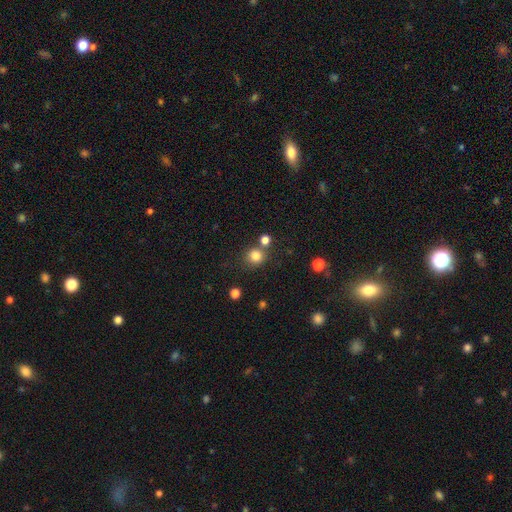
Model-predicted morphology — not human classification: This appears to be a smooth galaxy with no disk features (82%) that is round (89%). Merging: none (74%).